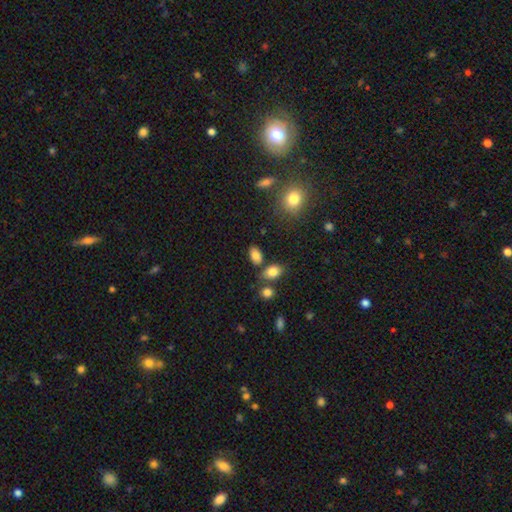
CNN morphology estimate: type=smooth (83%); roundness=in between (89%); merging=none (71%).